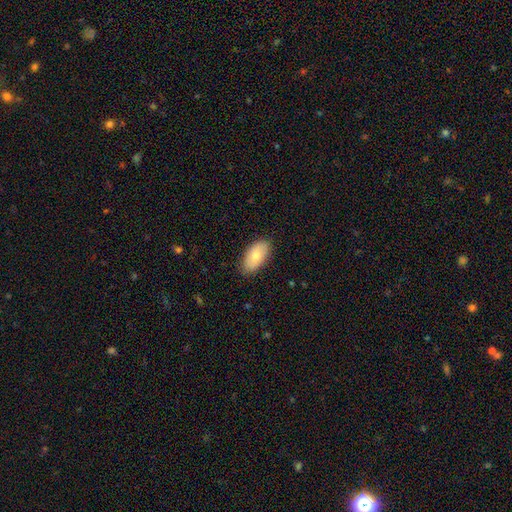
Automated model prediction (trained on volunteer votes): Smooth or featured? Predicted: smooth (p=0.72). How rounded? Predicted: in between (p=0.94). Merging? Predicted: none (p=0.83).